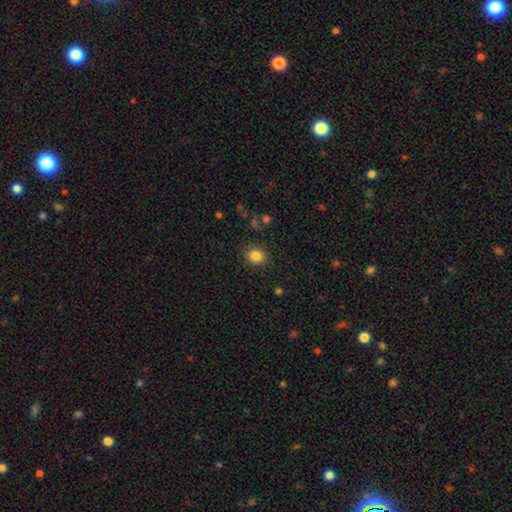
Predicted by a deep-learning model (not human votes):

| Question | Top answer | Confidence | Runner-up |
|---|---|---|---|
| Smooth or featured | smooth | 84% | star or artifact (11%) |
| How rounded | round | 64% | in between (36%) |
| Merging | none | 86% | minor disturbance (9%) |